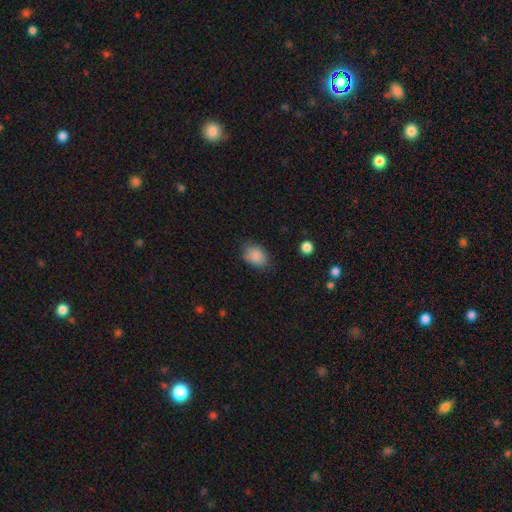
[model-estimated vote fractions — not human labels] Smooth or featured? Predicted: smooth (p=0.87). How rounded? Predicted: in between (p=0.75). Merging? Predicted: none (p=0.76).